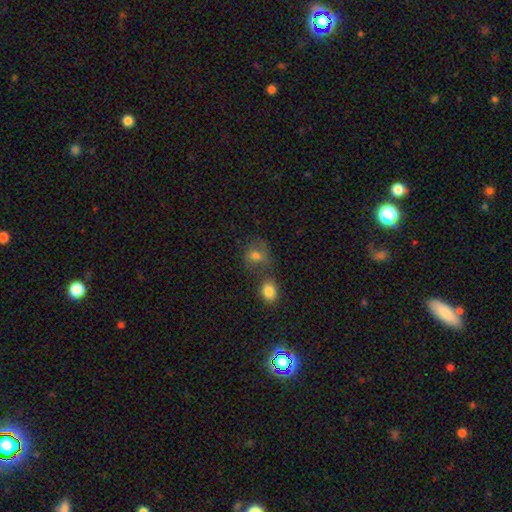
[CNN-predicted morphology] A smooth galaxy with no disk features (73%) that is round (64%).

Vote fractions:
- Smooth or featured? smooth: 73% / featured or disk: 15% / star or artifact: 12%
- How rounded? round: 64% / in between: 35% / cigar-shaped: 1%
- Merging? none: 45% / merger: 31% / minor disturbance: 15% / major disturbance: 9%